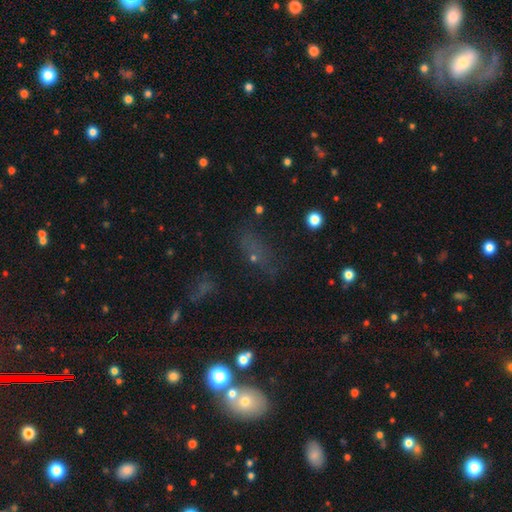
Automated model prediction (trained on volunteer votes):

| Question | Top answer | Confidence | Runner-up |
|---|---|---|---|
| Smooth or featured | smooth | 43% | star or artifact (39%) |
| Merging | none | 53% | major disturbance (22%) |